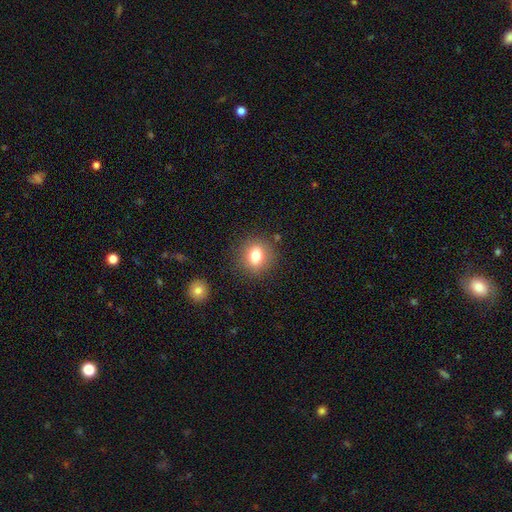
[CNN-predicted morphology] A smooth galaxy with no disk features (79%) that is round (66%). Merging: none (85%).